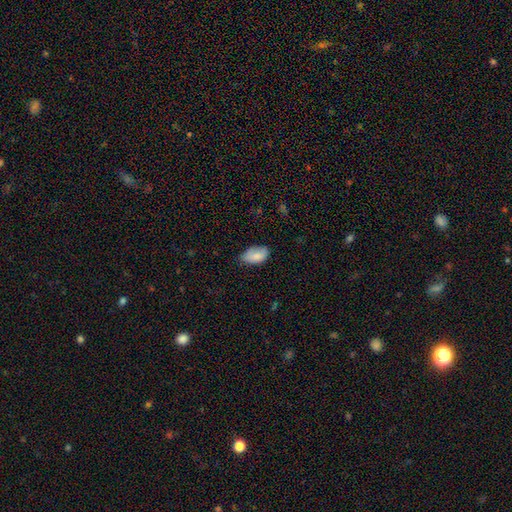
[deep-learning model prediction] smooth_or_featured: smooth (p=0.83) [alt: featured or disk p=0.10]
how_rounded: in between (p=0.94) [alt: round p=0.05]
merging: none (p=0.62) [alt: minor disturbance p=0.31]